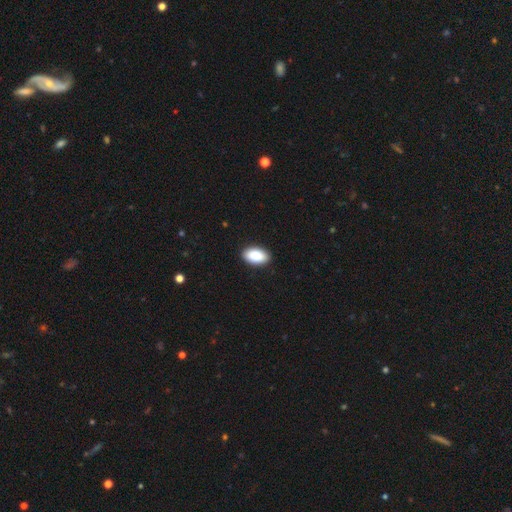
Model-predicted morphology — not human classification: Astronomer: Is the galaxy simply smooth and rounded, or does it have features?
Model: smooth — 88%.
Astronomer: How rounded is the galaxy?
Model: in between — 94%.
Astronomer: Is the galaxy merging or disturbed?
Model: none — 91%.